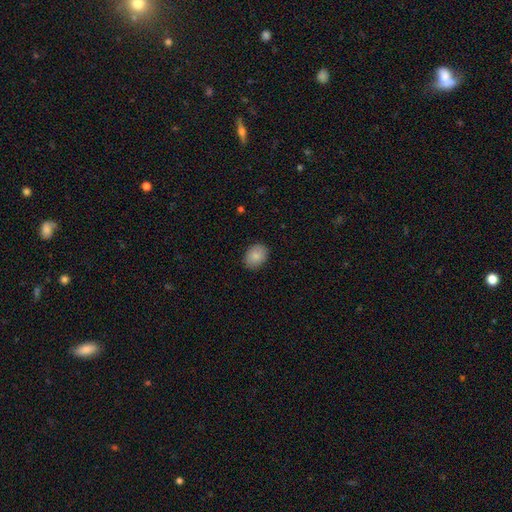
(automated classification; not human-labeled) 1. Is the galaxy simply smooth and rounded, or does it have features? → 85% smooth, 7% star or artifact, 7% featured or disk.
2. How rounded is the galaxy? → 60% in between, 39% round, 1% cigar-shaped.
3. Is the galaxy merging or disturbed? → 88% none, 9% minor disturbance, 2% major disturbance, 1% merger.